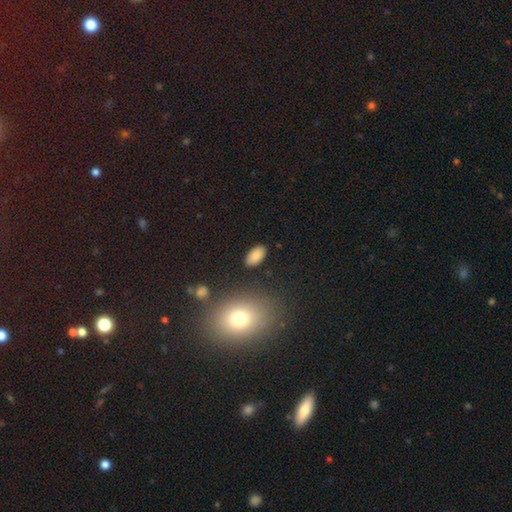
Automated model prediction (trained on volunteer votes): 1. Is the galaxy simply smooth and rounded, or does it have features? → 86% smooth, 8% star or artifact, 6% featured or disk.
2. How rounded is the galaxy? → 94% in between, 3% round, 3% cigar-shaped.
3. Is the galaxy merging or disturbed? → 86% none, 9% minor disturbance, 3% major disturbance, 2% merger.